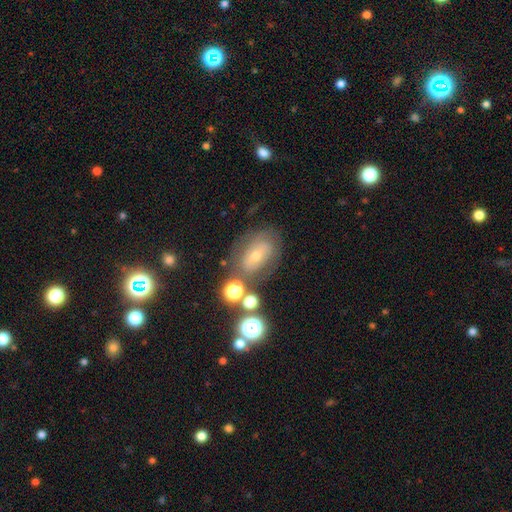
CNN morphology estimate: Smooth or featured?
  - featured or disk: 46% *
  - smooth: 36%
  - star or artifact: 18%
Merging?
  - none: 63% *
  - minor disturbance: 18%
  - major disturbance: 11%
  - merger: 8%